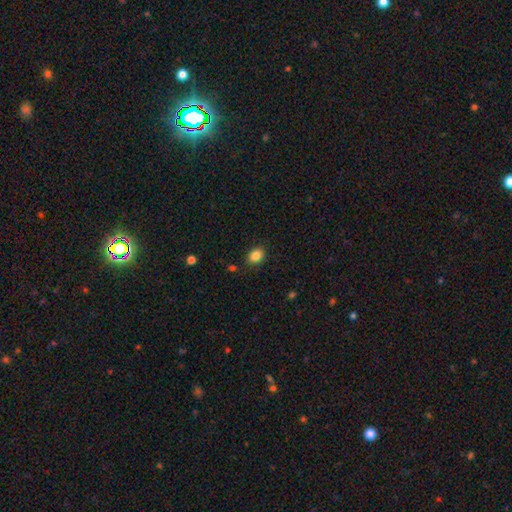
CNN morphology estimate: type=smooth (85%); roundness=in between (65%); merging=none (85%).